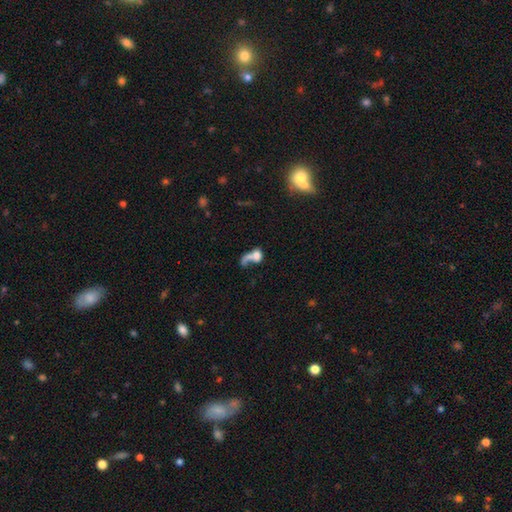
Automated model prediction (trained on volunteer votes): A smooth galaxy with no disk features (57%) that is in between round and cigar-shaped (63%). Merging: merger (50%).